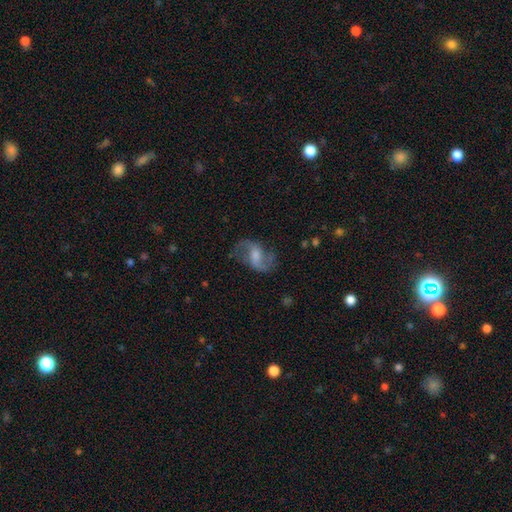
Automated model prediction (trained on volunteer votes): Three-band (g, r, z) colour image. It shows a featured or disk galaxy (76%) with a weak bar (51%), 2 (90%) loose (64%) spiral arms (92%) and a moderate central bulge (36%). Merging: none (68%).